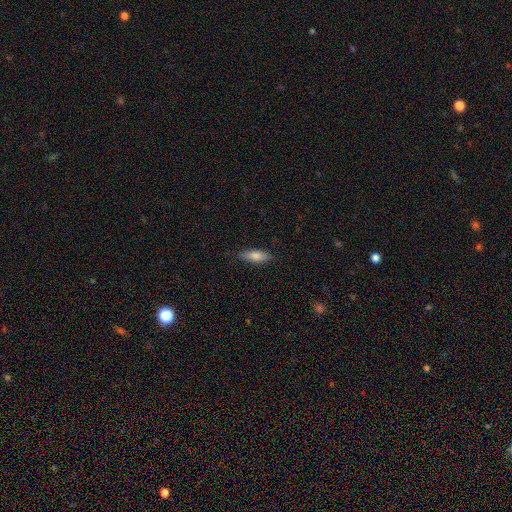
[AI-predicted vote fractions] smooth_or_featured: smooth (p=0.72) [alt: featured or disk p=0.20]
how_rounded: in between (p=0.50) [alt: cigar-shaped p=0.48]
merging: none (p=0.86) [alt: minor disturbance p=0.11]